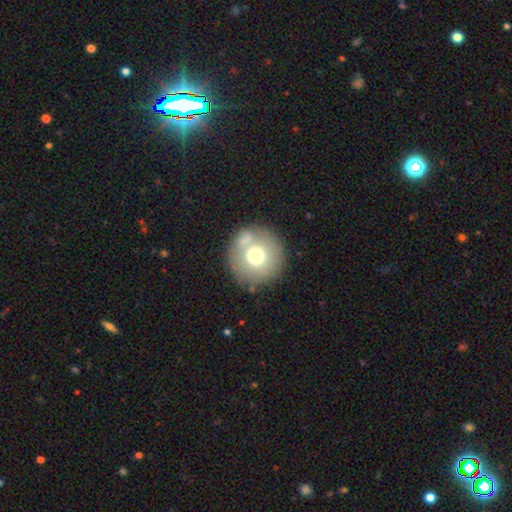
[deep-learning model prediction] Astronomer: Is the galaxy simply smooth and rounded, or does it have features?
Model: smooth — 68%.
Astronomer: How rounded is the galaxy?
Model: round — 95%.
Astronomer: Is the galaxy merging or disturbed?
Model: none — 74%.